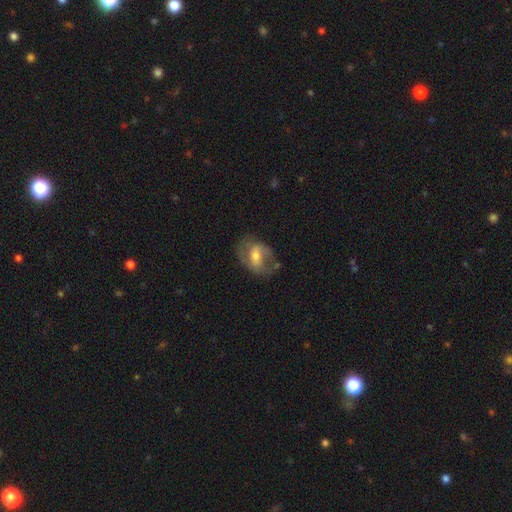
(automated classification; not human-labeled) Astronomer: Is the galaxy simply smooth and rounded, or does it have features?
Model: featured or disk — 59%.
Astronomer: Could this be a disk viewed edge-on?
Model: no — 95%.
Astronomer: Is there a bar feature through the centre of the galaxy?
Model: weak — 44% (runner-up: strong, 32%).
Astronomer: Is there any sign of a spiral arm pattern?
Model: yes — 66%.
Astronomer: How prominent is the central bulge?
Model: moderate — 57%.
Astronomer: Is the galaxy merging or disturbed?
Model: none — 55%.